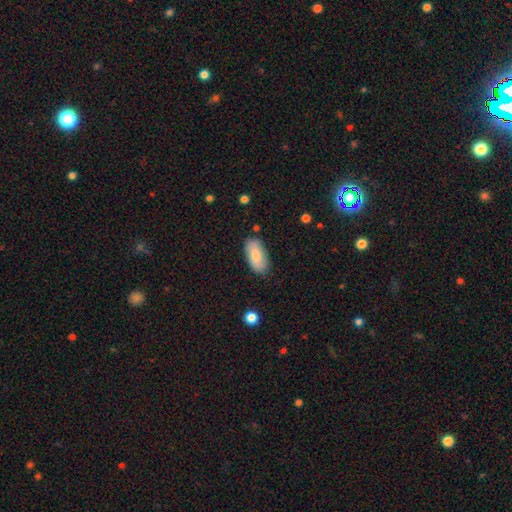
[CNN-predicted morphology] smooth_or_featured: smooth (p=0.80) [alt: featured or disk p=0.14]
how_rounded: in between (p=0.94) [alt: cigar-shaped p=0.04]
merging: none (p=0.80) [alt: minor disturbance p=0.15]